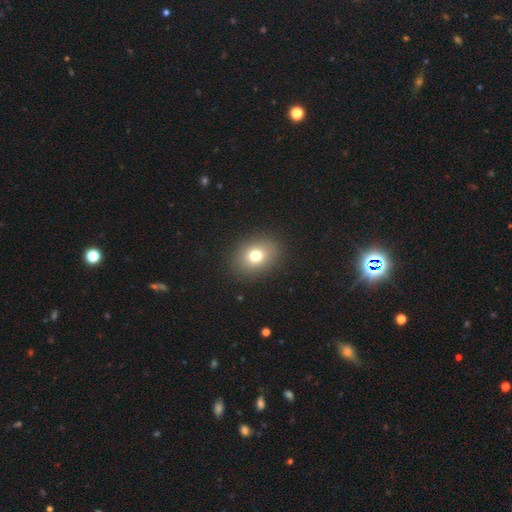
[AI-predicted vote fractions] Q: Smooth or featured?
A: smooth (75%); runner-up: featured or disk (13%)
Q: How rounded?
A: in between (53%); runner-up: round (46%)
Q: Merging?
A: none (89%); runner-up: minor disturbance (7%)